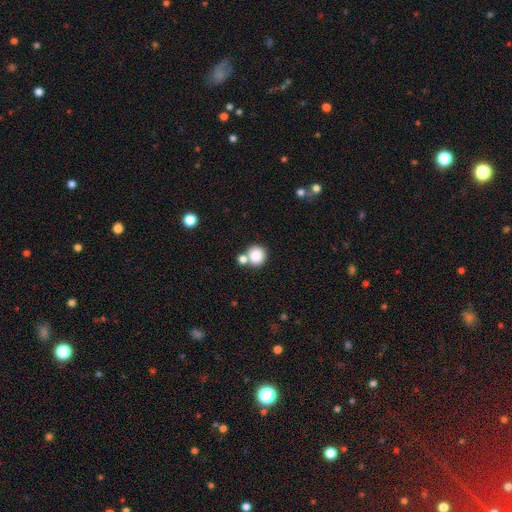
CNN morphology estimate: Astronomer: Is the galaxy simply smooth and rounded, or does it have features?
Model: smooth — 84%.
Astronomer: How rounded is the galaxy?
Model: round — 88%.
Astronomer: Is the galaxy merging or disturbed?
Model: none — 57%.